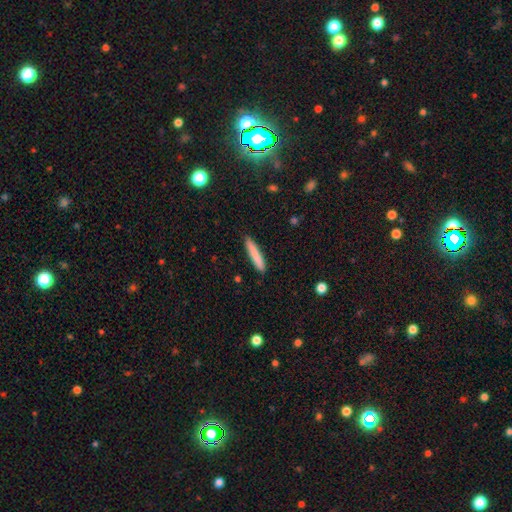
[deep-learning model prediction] smooth-or-featured: smooth: 83% | featured or disk: 11% | star or artifact: 6%
  how-rounded: cigar-shaped: 93% | in between: 6% | round: 1%
  merging: none: 89% | minor disturbance: 8% | major disturbance: 2% | merger: 1%